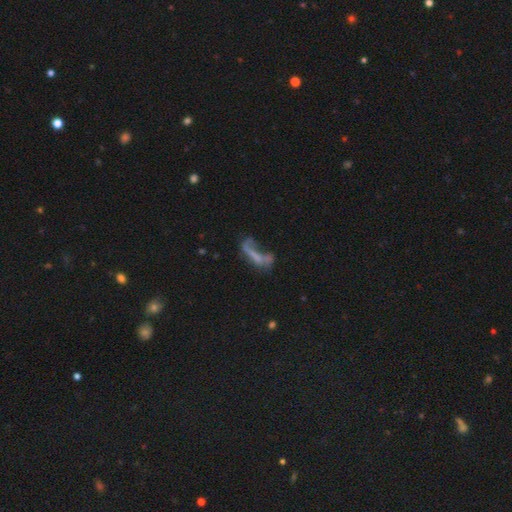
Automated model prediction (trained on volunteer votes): This appears to be a featured or disk galaxy (45%). Merging: major disturbance (40%).